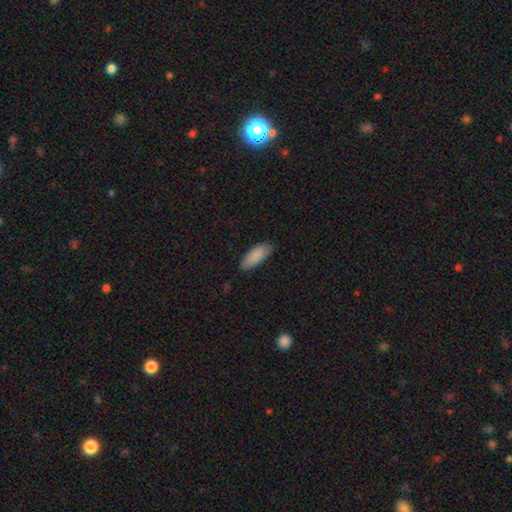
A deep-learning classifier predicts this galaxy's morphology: Smooth or featured?
  - smooth: 89% *
  - star or artifact: 6%
  - featured or disk: 5%
How rounded?
  - in between: 75% *
  - cigar-shaped: 24%
  - round: 2%
Merging?
  - none: 84% *
  - minor disturbance: 13%
  - major disturbance: 2%
  - merger: 1%